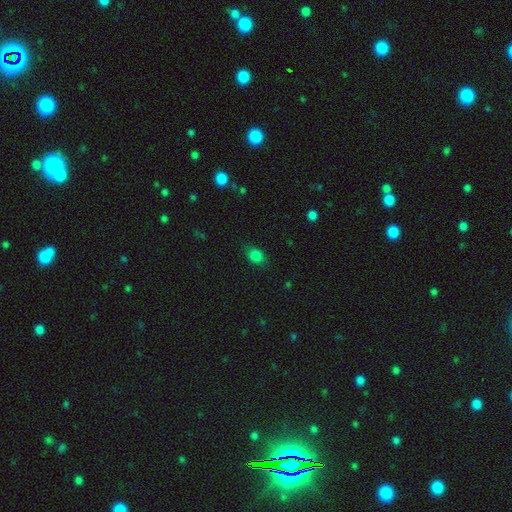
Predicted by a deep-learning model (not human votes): Smooth or featured?
  - smooth: 81% *
  - star or artifact: 13%
  - featured or disk: 5%
How rounded?
  - in between: 62% *
  - round: 36%
  - cigar-shaped: 2%
Merging?
  - none: 78% *
  - minor disturbance: 17%
  - major disturbance: 4%
  - merger: 1%